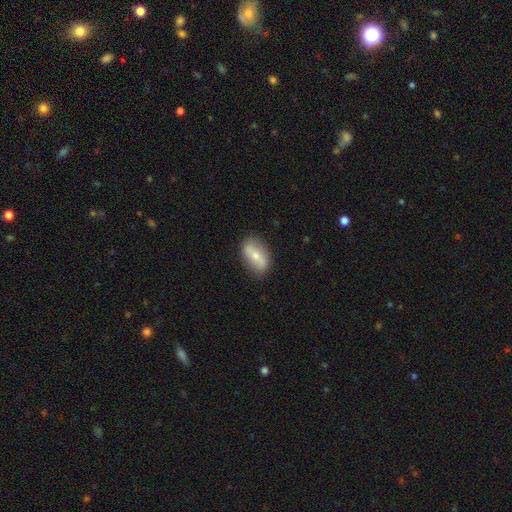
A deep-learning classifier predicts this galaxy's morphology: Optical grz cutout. It shows a smooth galaxy with no disk features (58%) that is in between round and cigar-shaped (87%). Merging: none (81%).